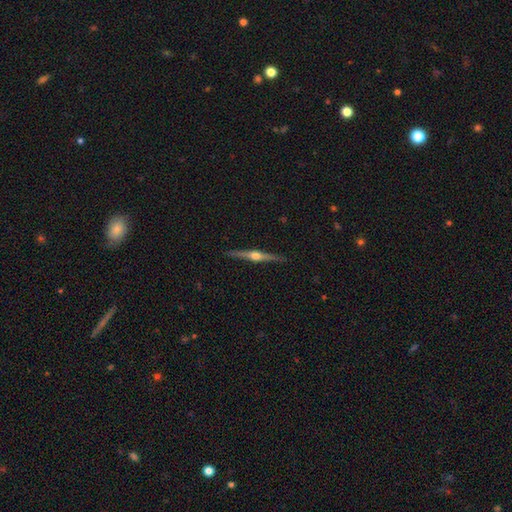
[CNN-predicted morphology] Overall: featured or disk (80%). Edge-on disk: yes (98%). Edge-on bulge: rounded (95%). Merging: none (91%).